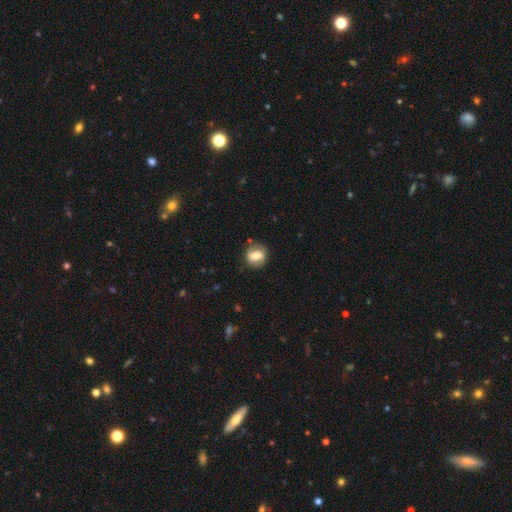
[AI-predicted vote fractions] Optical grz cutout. It shows a smooth galaxy with no disk features (66%) that is round (55%). Merging: none (79%).